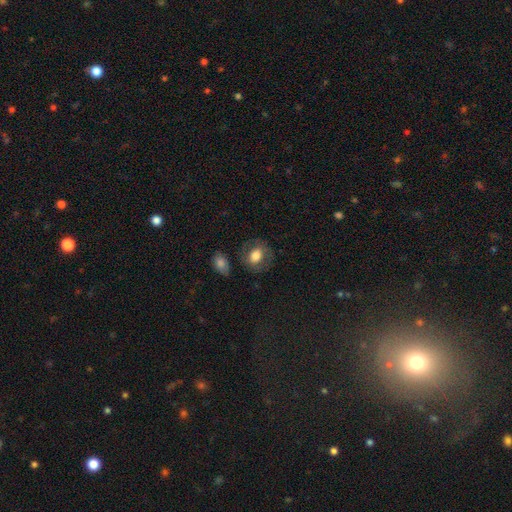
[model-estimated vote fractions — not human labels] This is likely a smooth galaxy (69%). How rounded: possibly round (57%). Merging: likely none (76%).